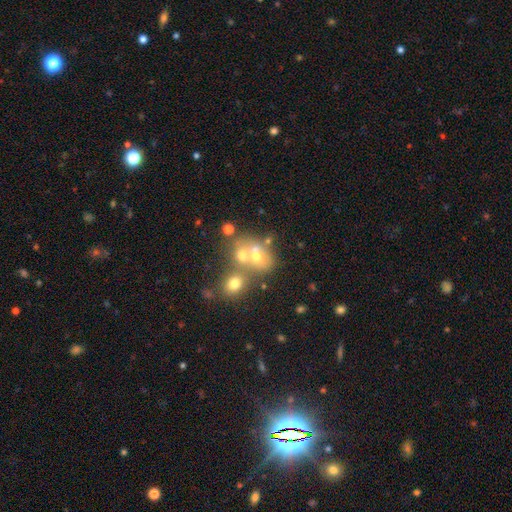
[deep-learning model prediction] This is possibly a smooth galaxy (51%). How rounded: possibly round (54%). Merging: possibly merger (54%).